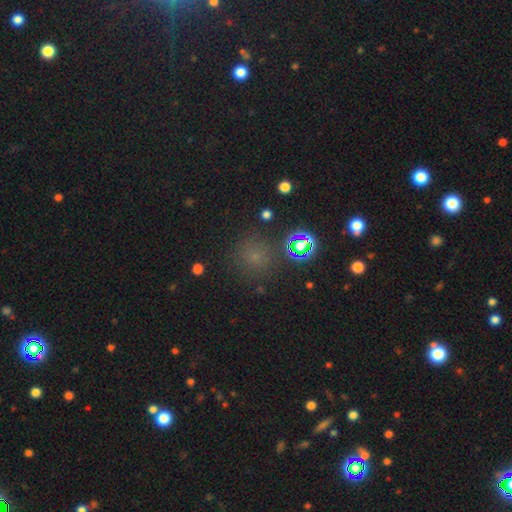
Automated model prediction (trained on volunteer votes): Morphology: type=smooth (56%); roundness=round (91%); merging=none (84%).